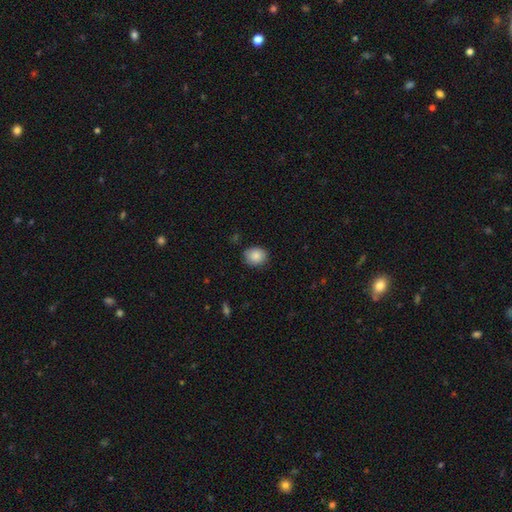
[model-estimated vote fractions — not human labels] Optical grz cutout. It shows a smooth galaxy with no disk features (86%) that is round (59%). Merging: none (80%).